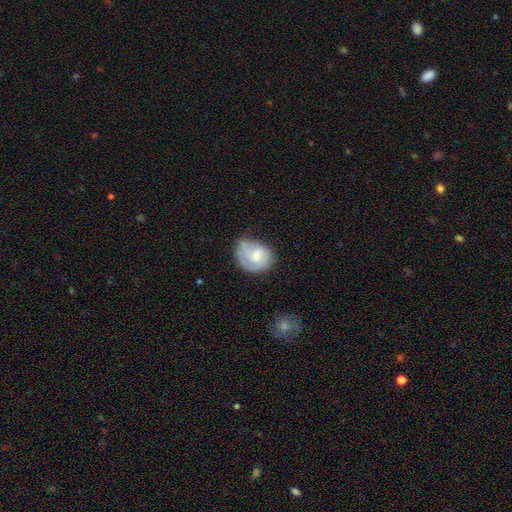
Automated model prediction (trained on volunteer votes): The model was most divided on "bulge size": moderate: 42%, small: 40%, none: 12%, large: 5%, dominant: 1%. More confident: edge-on disk — no (98%); spiral arms — yes (81%); smooth or featured — featured or disk (55%); bar — no (51%); merging — none (51%).